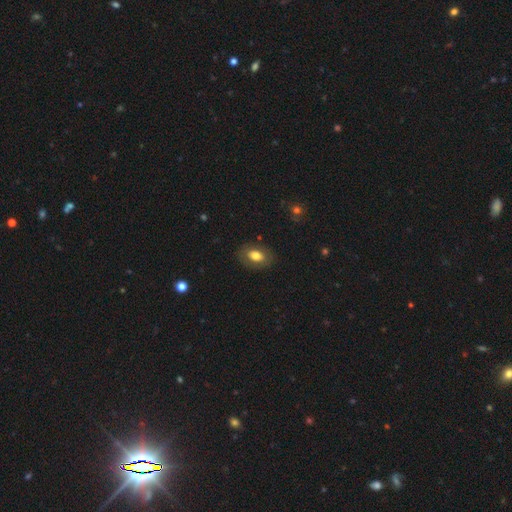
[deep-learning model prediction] smooth_or_featured: smooth (p=0.76) [alt: featured or disk p=0.16]
how_rounded: in between (p=0.85) [alt: round p=0.13]
merging: none (p=0.84) [alt: minor disturbance p=0.11]